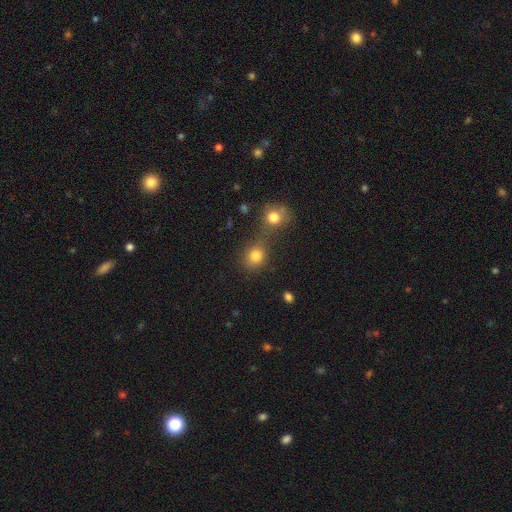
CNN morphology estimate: Smooth or featured: smooth — 80% (star or artifact — 13%)
How rounded: round — 77% (in between — 22%)
Merging: none — 45% (merger — 42%)